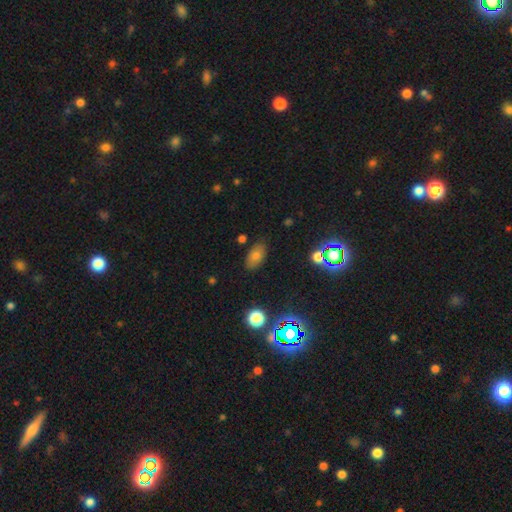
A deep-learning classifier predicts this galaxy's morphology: Smooth or featured? Predicted: smooth (p=0.70). How rounded? Predicted: in between (p=0.89). Merging? Predicted: none (p=0.81).